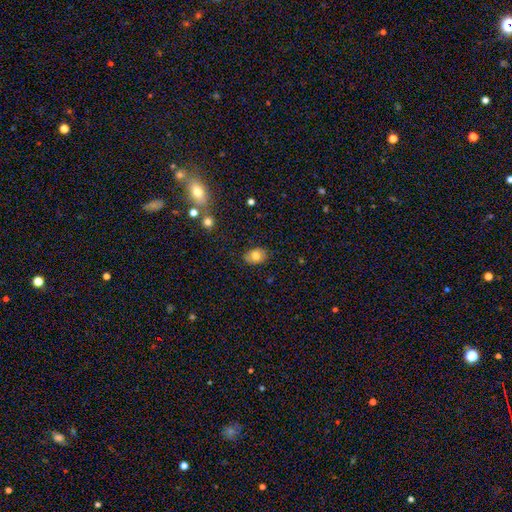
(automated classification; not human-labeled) Q: Smooth or featured?
A: smooth (77%); runner-up: featured or disk (14%)
Q: How rounded?
A: in between (72%); runner-up: round (27%)
Q: Merging?
A: none (83%); runner-up: minor disturbance (12%)